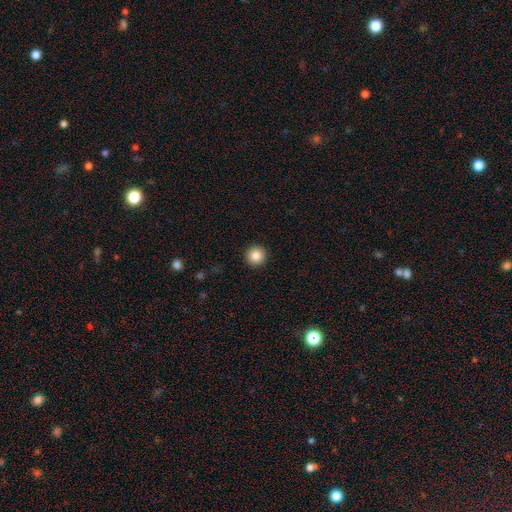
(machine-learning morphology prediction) type=smooth (85%); roundness=round (96%); merging=none (93%).